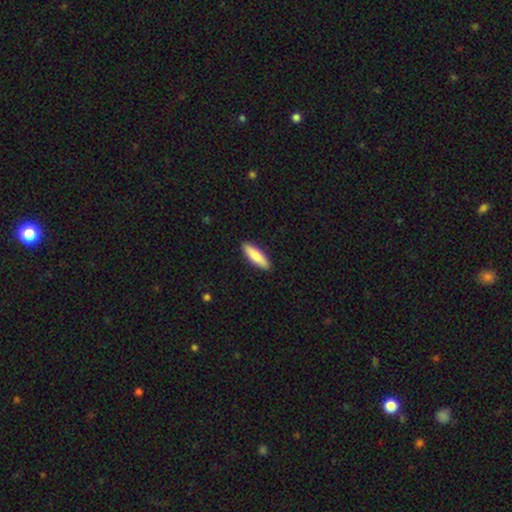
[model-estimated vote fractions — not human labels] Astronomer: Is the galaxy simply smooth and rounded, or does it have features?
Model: smooth — 82%.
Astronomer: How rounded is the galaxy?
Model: cigar-shaped — 60% (runner-up: in between, 39%).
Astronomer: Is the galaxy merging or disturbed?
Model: none — 91%.